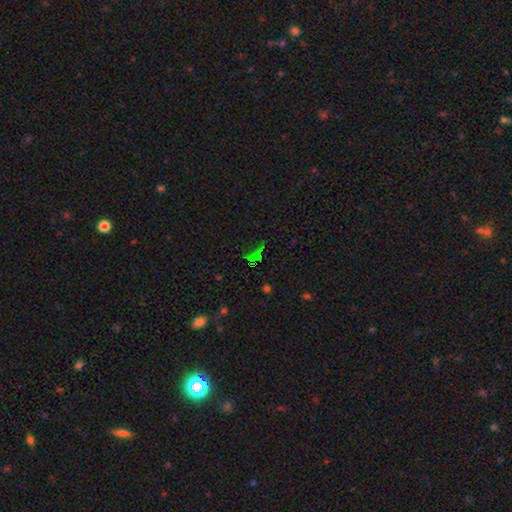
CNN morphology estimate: This appears to be a star or artifact, not a galaxy (68%).